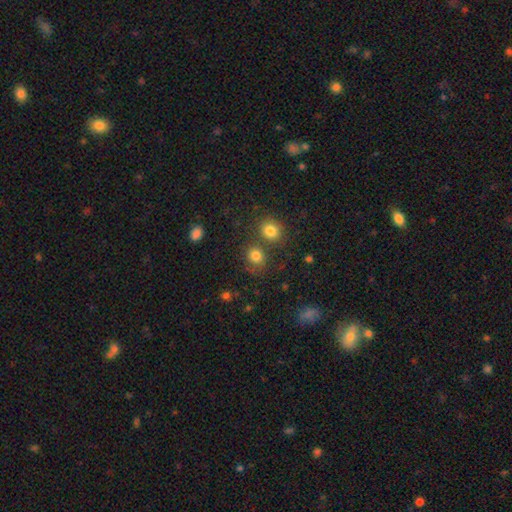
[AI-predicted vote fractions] This appears to be a smooth galaxy with no disk features (80%) that is round (73%). Merging: none (65%).